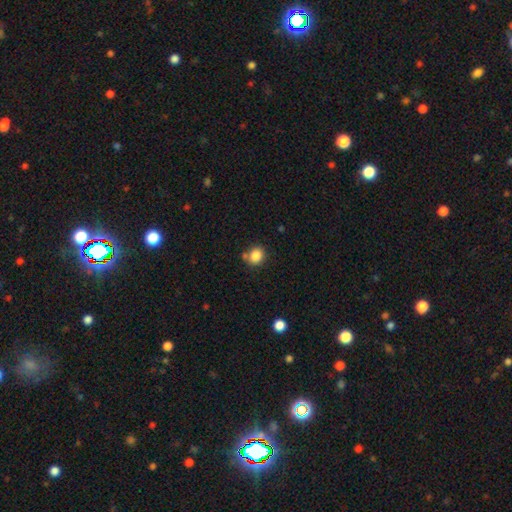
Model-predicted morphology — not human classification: The model was most divided on "how rounded": round: 76%, in between: 23%, cigar-shaped: 1%. More confident: smooth or featured — smooth (85%); merging — none (71%).